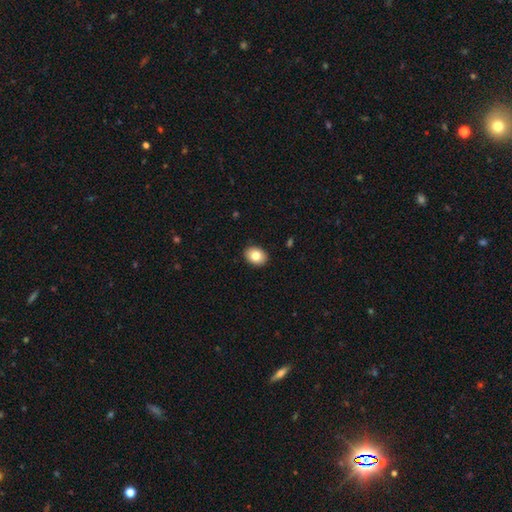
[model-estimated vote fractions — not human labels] smooth 81%, featured or disk 10%, star or artifact 8%. Down the decision tree: how rounded — in between (63%); merging — none (91%).